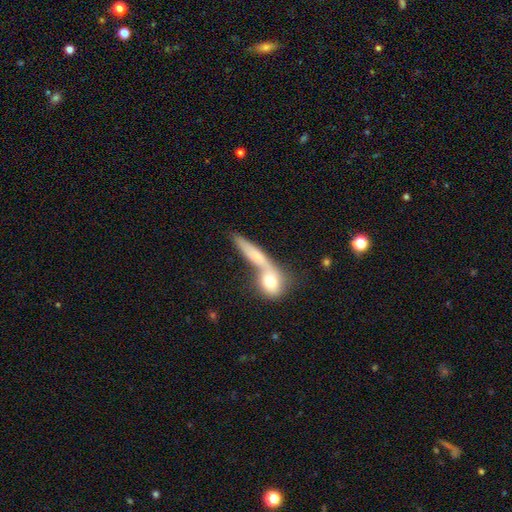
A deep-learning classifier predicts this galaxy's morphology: This appears to be a smooth galaxy with no disk features (64%) that is cigar-shaped (48%). Merging: merger (56%).